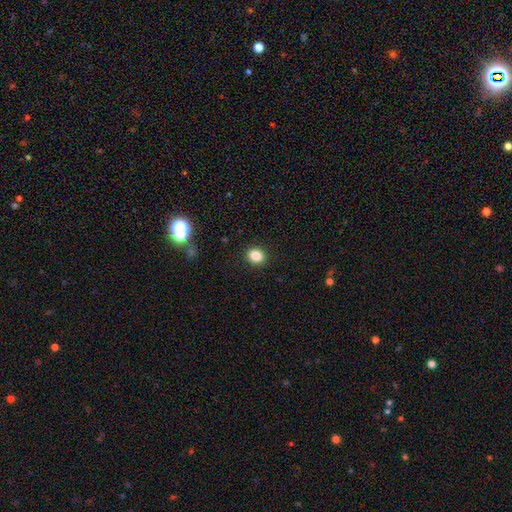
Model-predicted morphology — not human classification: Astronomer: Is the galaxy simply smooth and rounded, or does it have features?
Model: smooth — 84%.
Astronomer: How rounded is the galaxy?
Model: round — 66%.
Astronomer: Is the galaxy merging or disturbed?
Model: none — 91%.